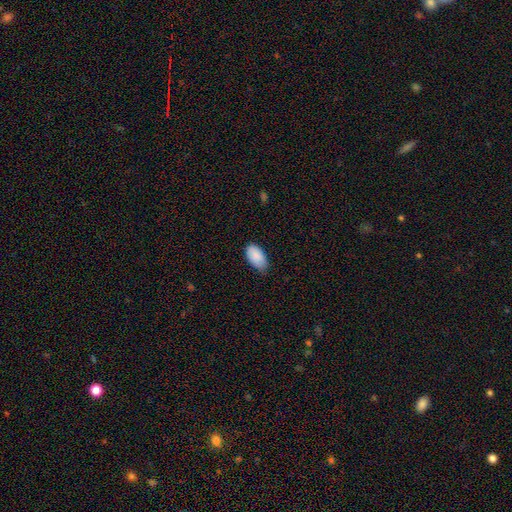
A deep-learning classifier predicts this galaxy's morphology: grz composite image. It shows a smooth galaxy with no disk features (88%) that is in between round and cigar-shaped (95%). Merging: none (64%).